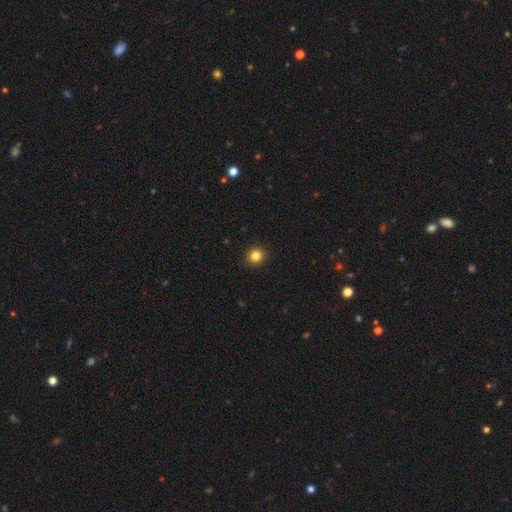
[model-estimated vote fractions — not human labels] smooth_or_featured: smooth (p=0.84) [alt: star or artifact p=0.12]
how_rounded: round (p=0.92) [alt: in between p=0.07]
merging: none (p=0.93) [alt: minor disturbance p=0.05]